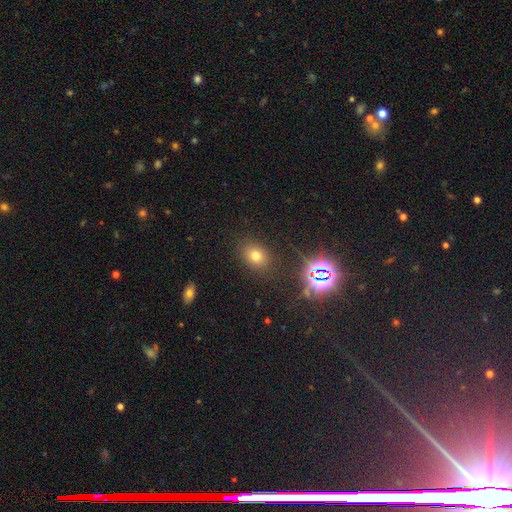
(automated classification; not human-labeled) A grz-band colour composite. It shows a smooth galaxy with no disk features (67%) that is in between round and cigar-shaped (54%). Merging: none (86%).